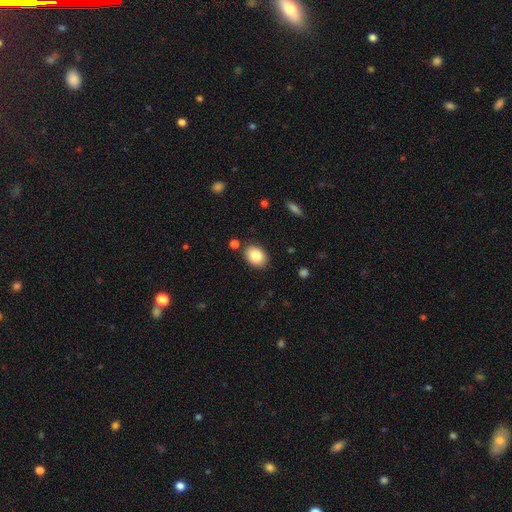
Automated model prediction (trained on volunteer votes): This is clearly a smooth galaxy (84%). How rounded: likely in between (76%). Merging: clearly none (85%).